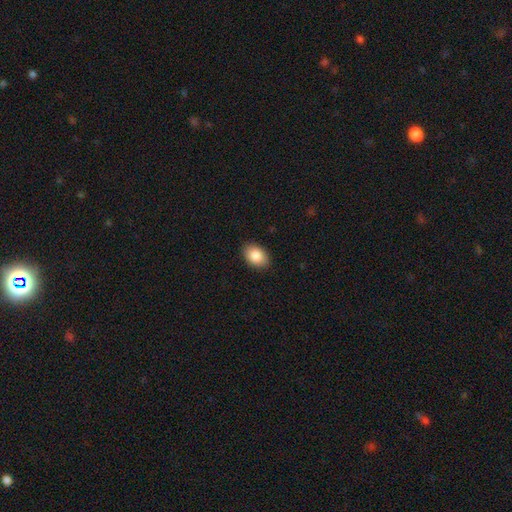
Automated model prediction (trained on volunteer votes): The model was most divided on "how rounded": in between: 83%, round: 16%, cigar-shaped: 1%. More confident: merging — none (89%); smooth or featured — smooth (87%).